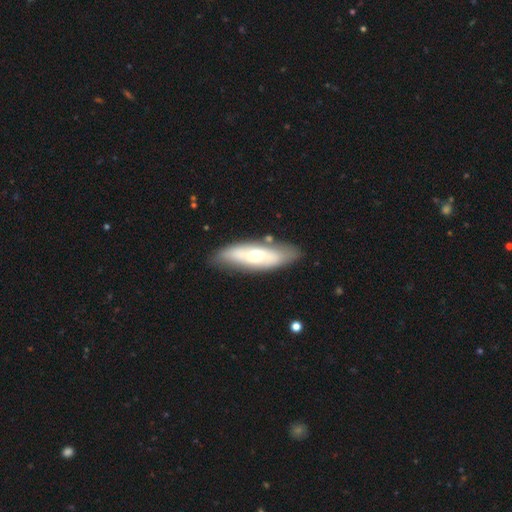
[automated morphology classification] A featured or disk galaxy (50%).

Vote fractions:
- Smooth or featured? featured or disk: 50% / smooth: 45% / star or artifact: 5%
- Merging? none: 78% / minor disturbance: 14% / major disturbance: 4% / merger: 3%